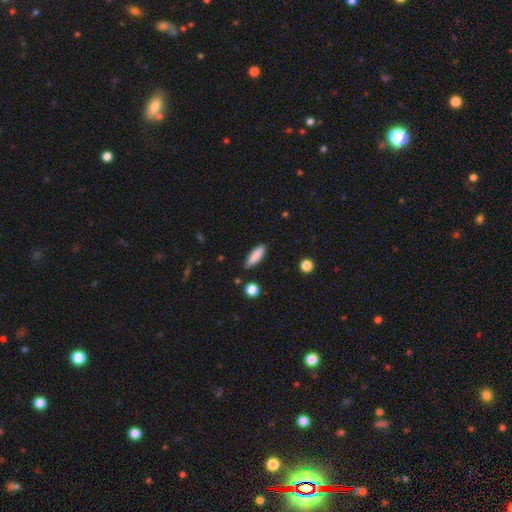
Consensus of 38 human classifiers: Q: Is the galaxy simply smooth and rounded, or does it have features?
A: smooth — 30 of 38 (79%).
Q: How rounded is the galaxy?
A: in between — 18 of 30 (60%).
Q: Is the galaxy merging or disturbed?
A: none — 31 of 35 (89%).